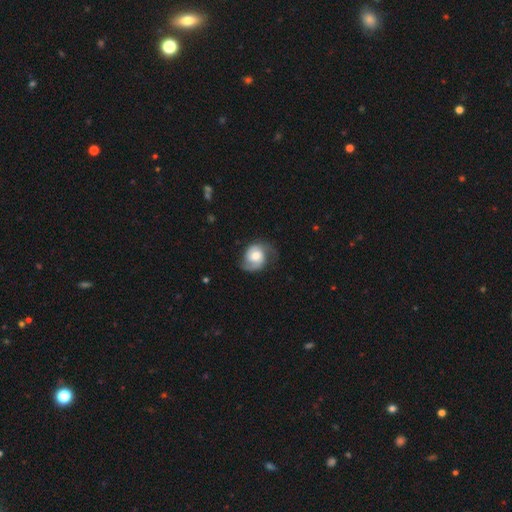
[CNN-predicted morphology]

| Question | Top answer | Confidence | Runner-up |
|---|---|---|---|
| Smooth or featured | featured or disk | 70% | smooth (24%) |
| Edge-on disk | no | 97% | yes (3%) |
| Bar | no | 64% | weak (30%) |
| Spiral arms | yes | 91% | no (9%) |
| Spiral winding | medium | 44% | tight (29%) |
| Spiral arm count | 2 | 82% | 1 (9%) |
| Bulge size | moderate | 59% | large (23%) |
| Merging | none | 63% | minor disturbance (23%) |